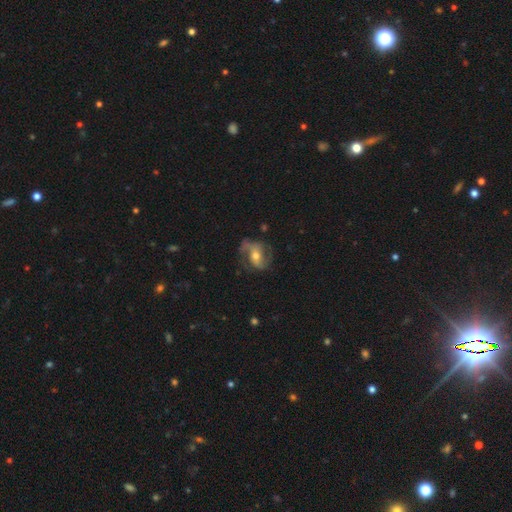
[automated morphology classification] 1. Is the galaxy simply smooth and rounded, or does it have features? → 74% featured or disk, 19% smooth, 7% star or artifact.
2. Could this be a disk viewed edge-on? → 96% no, 4% yes.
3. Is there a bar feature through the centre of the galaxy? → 37% weak, 36% no, 27% strong.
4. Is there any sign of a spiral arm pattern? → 88% yes, 12% no.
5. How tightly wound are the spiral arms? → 46% medium, 37% loose, 17% tight.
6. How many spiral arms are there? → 82% 2, 8% can't tell, 4% 1, 3% 3, 1% 4, 1% more than 4.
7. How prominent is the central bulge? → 62% moderate, 30% small, 6% large, 2% none, 1% dominant.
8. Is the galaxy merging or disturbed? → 64% none, 20% minor disturbance, 15% major disturbance, 2% merger.